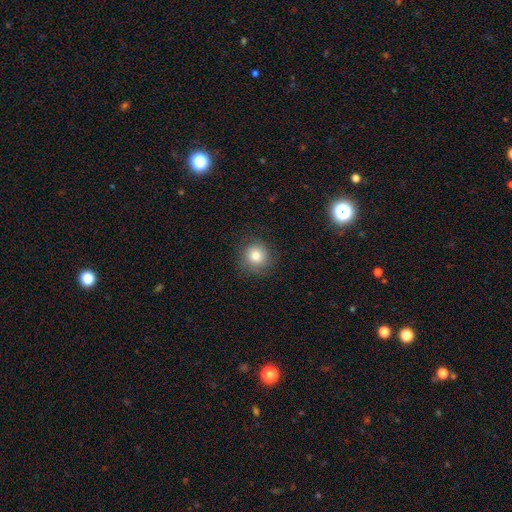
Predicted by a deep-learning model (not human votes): smooth-or-featured: smooth: 80% | star or artifact: 11% | featured or disk: 10%
  how-rounded: round: 89% | in between: 10% | cigar-shaped: 1%
  merging: none: 81% | minor disturbance: 13% | major disturbance: 5% | merger: 1%